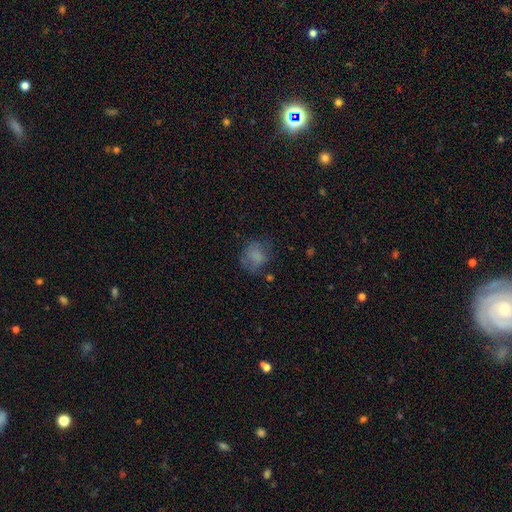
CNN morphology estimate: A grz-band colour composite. It shows a smooth galaxy with no disk features (69%) that is round (63%). Merging: none (53%).